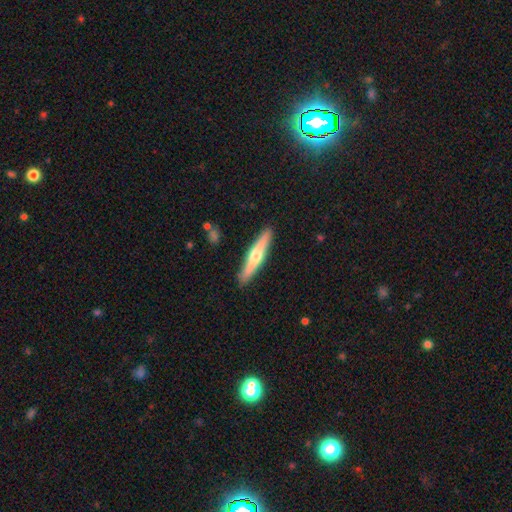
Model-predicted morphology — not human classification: This is possibly a featured or disk galaxy (52%). It is clearly viewed edge-on (94%). Merging: clearly none (90%).